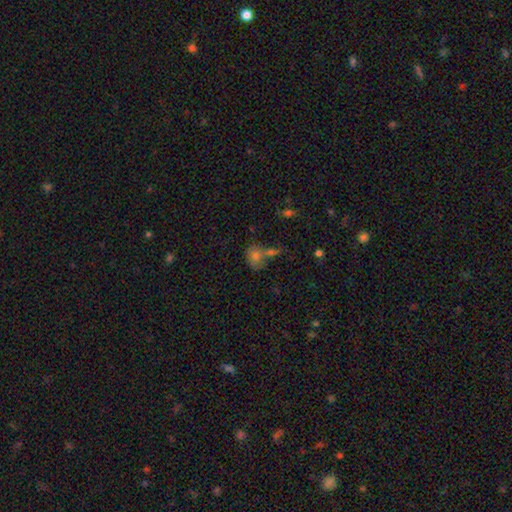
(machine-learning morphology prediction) This appears to be a smooth galaxy with no disk features (69%) that is round (52%). Merging: merger (38%, tied with none).